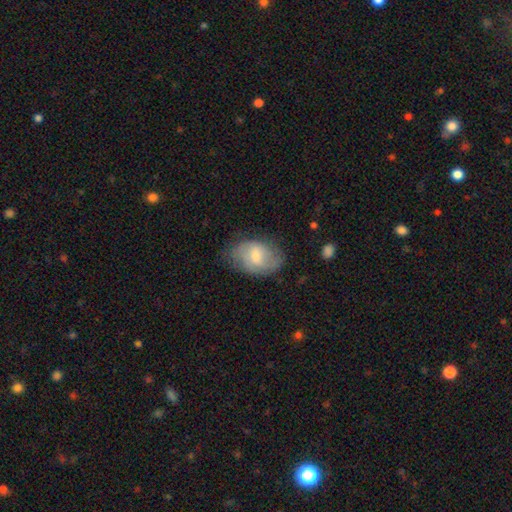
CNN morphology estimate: This appears to be a smooth galaxy with no disk features (54%) that is in between round and cigar-shaped (85%). Merging: none (61%).